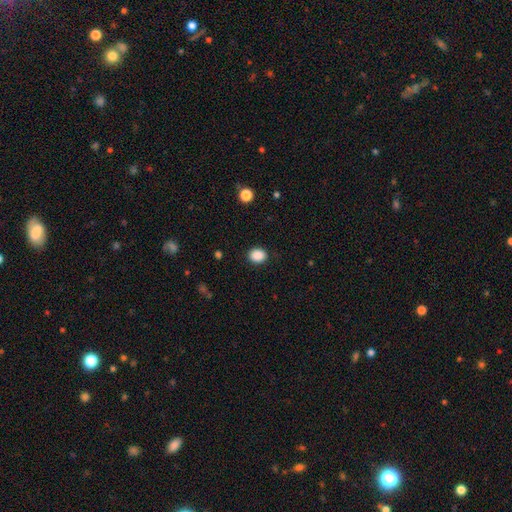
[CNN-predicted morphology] Overall: smooth (89%). How rounded: round (58%; in between 41%). Merging: none (88%).